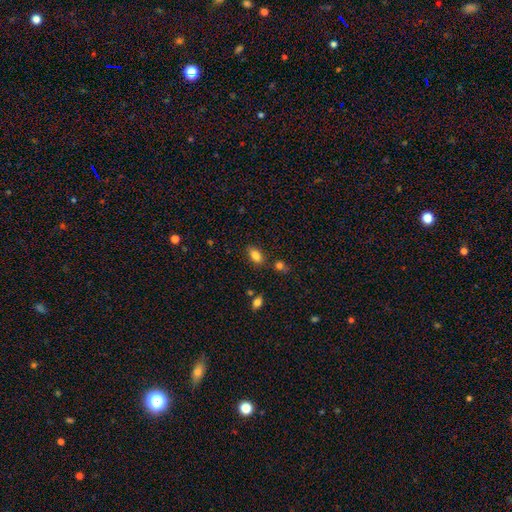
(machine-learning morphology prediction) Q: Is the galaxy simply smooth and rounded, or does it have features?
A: smooth — 83%.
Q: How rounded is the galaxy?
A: in between — 88%.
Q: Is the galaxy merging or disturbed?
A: none — 78%.